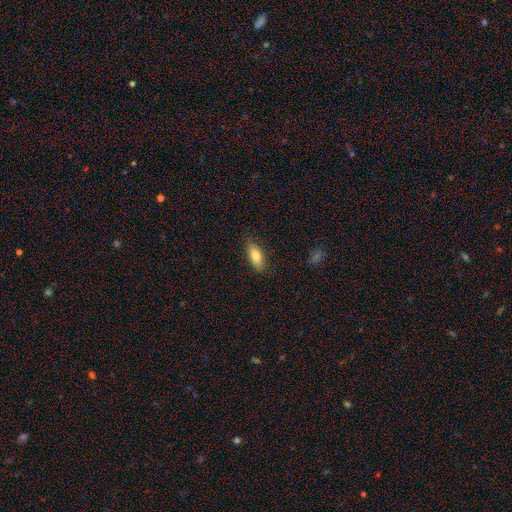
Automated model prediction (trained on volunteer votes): Smooth or featured?
  - smooth: 77% *
  - featured or disk: 16%
  - star or artifact: 7%
How rounded?
  - in between: 76% *
  - cigar-shaped: 22%
  - round: 3%
Merging?
  - none: 85% *
  - minor disturbance: 11%
  - major disturbance: 2%
  - merger: 1%